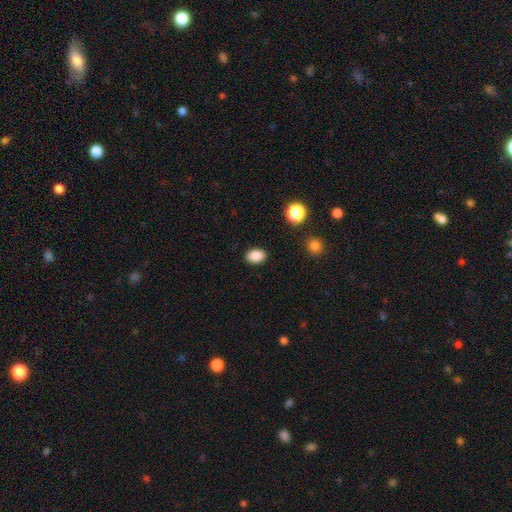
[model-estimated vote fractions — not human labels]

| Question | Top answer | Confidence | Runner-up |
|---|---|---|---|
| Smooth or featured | smooth | 87% | star or artifact (9%) |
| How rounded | in between | 79% | round (20%) |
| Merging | none | 89% | minor disturbance (8%) |